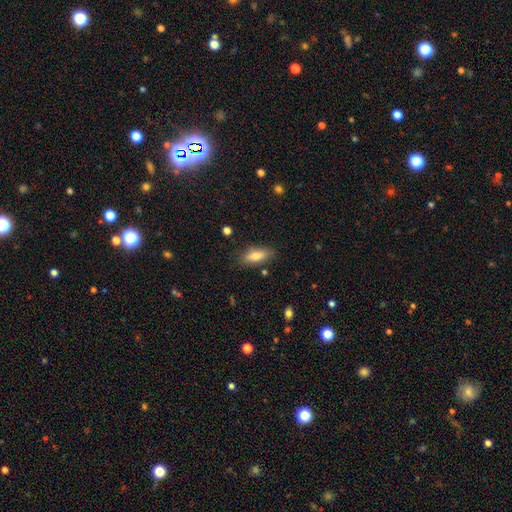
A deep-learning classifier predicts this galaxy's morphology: Q: Smooth or featured?
A: smooth (80%); runner-up: featured or disk (13%)
Q: How rounded?
A: in between (74%); runner-up: cigar-shaped (23%)
Q: Merging?
A: none (83%); runner-up: minor disturbance (12%)